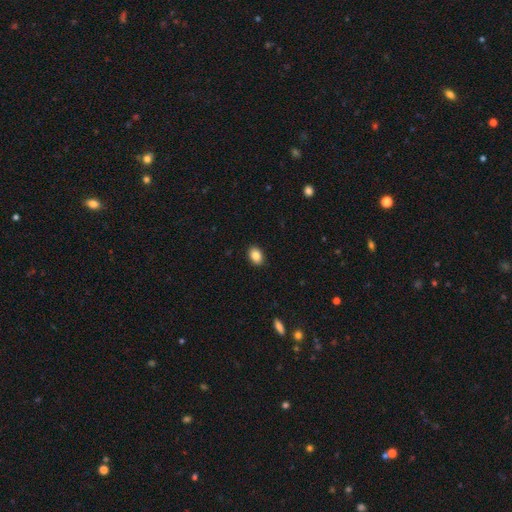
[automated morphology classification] Q: Smooth or featured?
A: smooth (86%); runner-up: star or artifact (8%)
Q: How rounded?
A: in between (79%); runner-up: round (20%)
Q: Merging?
A: none (91%); runner-up: minor disturbance (7%)